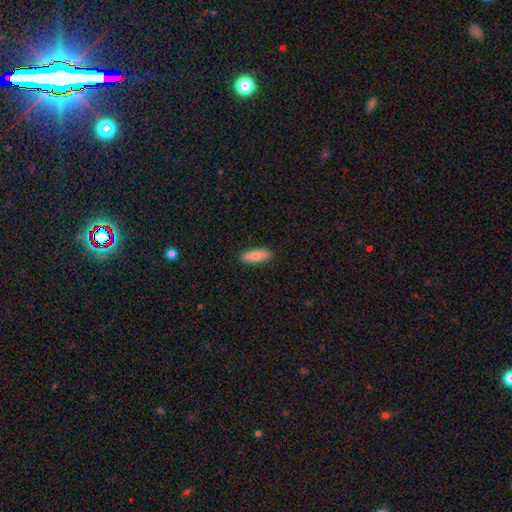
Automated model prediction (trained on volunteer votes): Morphology: type=smooth (85%); roundness=in between (67%); merging=none (90%).